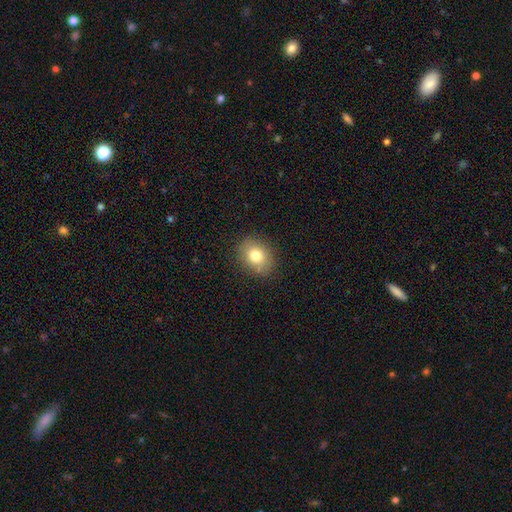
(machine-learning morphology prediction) Overall: smooth (78%). How rounded: in between (51%; round 48%). Merging: none (86%).